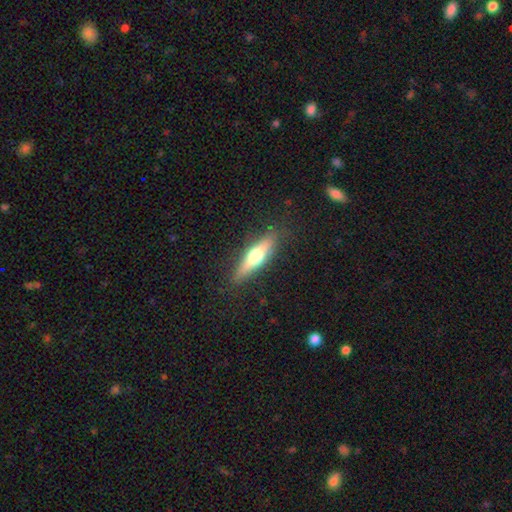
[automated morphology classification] featured or disk 50%, smooth 43%, star or artifact 6%. Down the decision tree: edge-on disk — yes (91%); merging — none (86%).